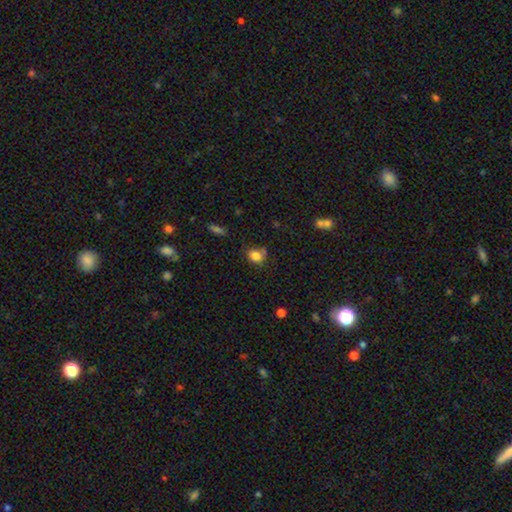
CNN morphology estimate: Smooth or featured?
  - smooth: 82% *
  - star or artifact: 11%
  - featured or disk: 7%
How rounded?
  - in between: 53% *
  - round: 46%
  - cigar-shaped: 1%
Merging?
  - none: 59% *
  - minor disturbance: 23%
  - merger: 11%
  - major disturbance: 7%